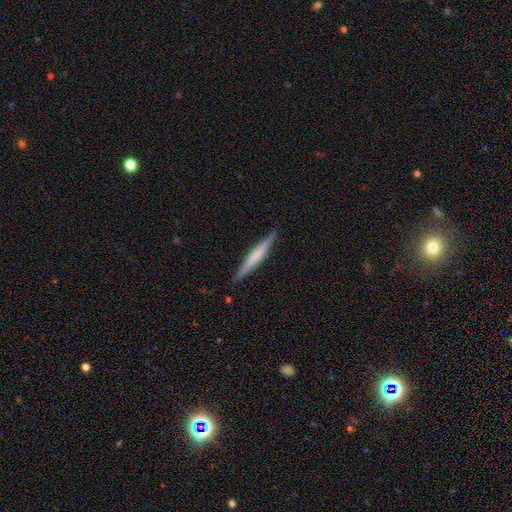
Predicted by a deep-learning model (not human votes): Smooth or featured? featured or disk (49%)
Merging? none (90%)